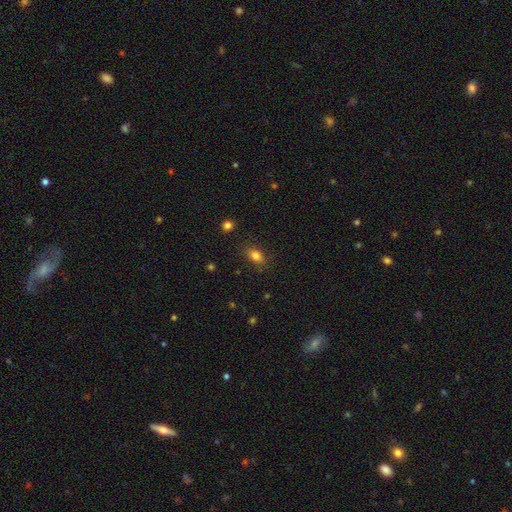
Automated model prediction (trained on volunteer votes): smooth_or_featured: smooth (p=0.82) [alt: star or artifact p=0.11]
how_rounded: in between (p=0.83) [alt: round p=0.13]
merging: none (p=0.83) [alt: minor disturbance p=0.12]